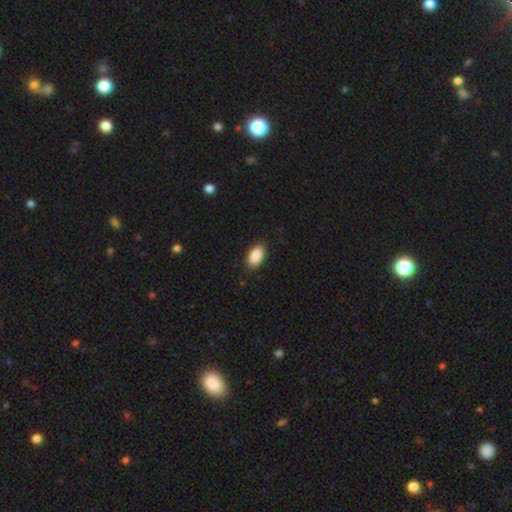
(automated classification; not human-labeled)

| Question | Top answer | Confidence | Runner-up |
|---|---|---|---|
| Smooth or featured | smooth | 90% | star or artifact (6%) |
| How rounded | in between | 94% | round (4%) |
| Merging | none | 87% | minor disturbance (10%) |